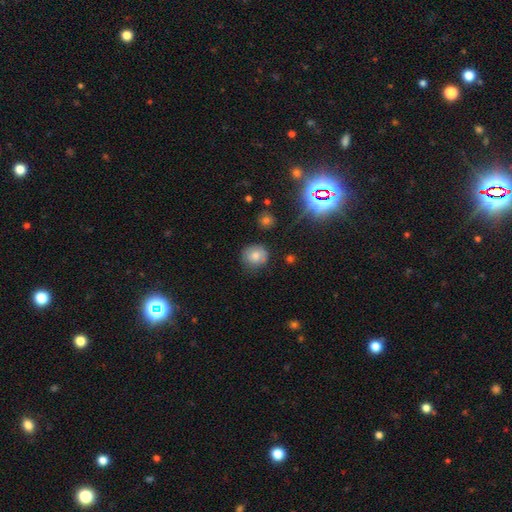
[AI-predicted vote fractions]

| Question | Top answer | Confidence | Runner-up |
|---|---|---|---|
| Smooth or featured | smooth | 75% | star or artifact (13%) |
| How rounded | round | 82% | in between (17%) |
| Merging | none | 75% | minor disturbance (19%) |